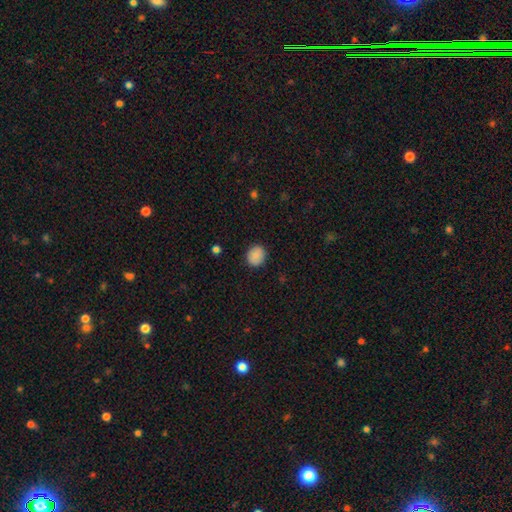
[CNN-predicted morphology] This appears to be a smooth galaxy with no disk features (85%) that is round (78%). Merging: none (88%).